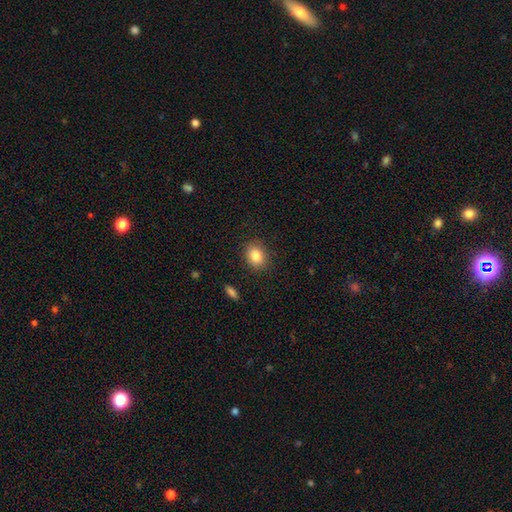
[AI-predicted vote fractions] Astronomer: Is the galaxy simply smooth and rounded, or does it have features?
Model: smooth — 84%.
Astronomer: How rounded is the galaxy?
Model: in between — 50% (runner-up: round, 48%).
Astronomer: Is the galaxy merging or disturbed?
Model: none — 87%.